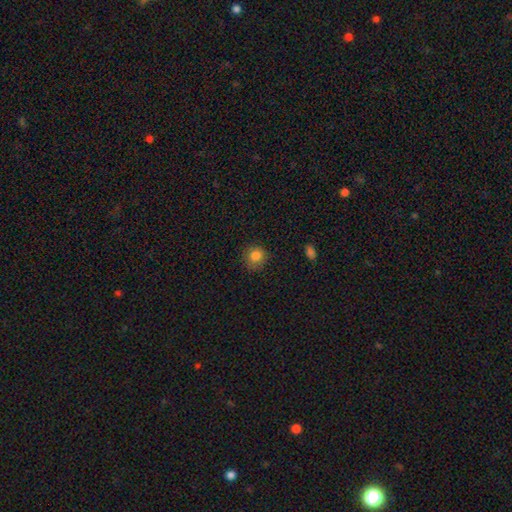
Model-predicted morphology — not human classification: type=smooth (83%); roundness=round (85%); merging=none (82%).